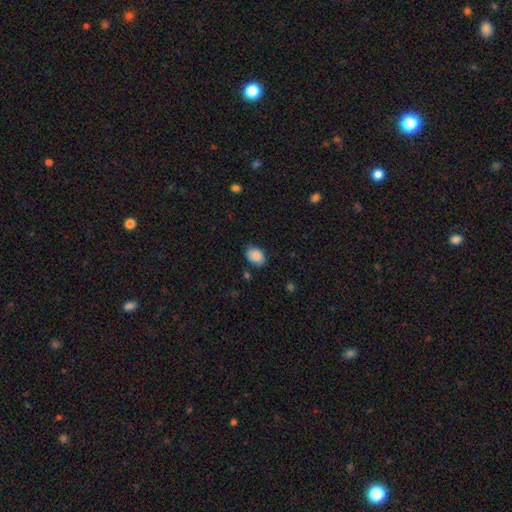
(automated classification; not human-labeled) smooth-or-featured: smooth: 87% | star or artifact: 7% | featured or disk: 6%
  how-rounded: in between: 79% | round: 20% | cigar-shaped: 1%
  merging: none: 80% | minor disturbance: 15% | major disturbance: 3% | merger: 2%